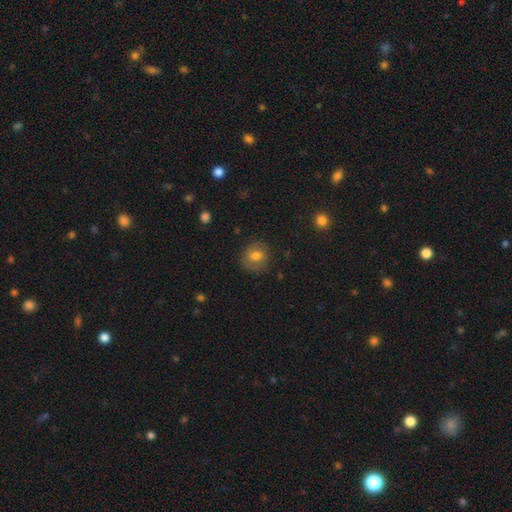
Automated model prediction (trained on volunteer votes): Overall: smooth (74%). How rounded: round (81%). Merging: none (78%).